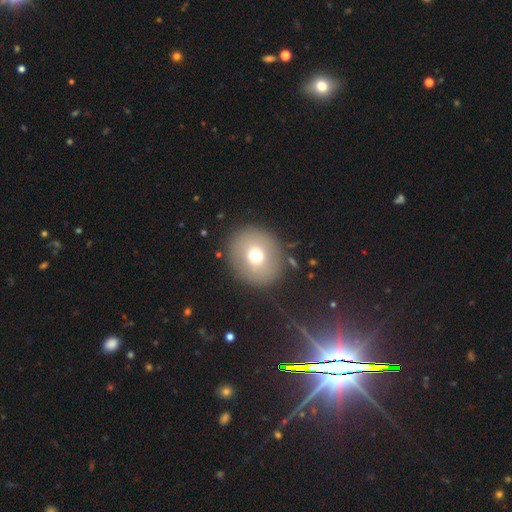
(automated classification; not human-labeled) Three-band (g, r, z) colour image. It shows a smooth galaxy with no disk features (69%) that is round (84%). Merging: none (85%).